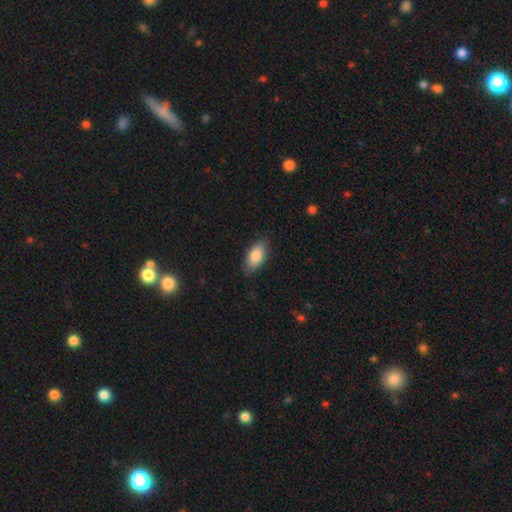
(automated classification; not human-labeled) Smooth or featured? Predicted: smooth (p=0.84). How rounded? Predicted: in between (p=0.91). Merging? Predicted: none (p=0.85).